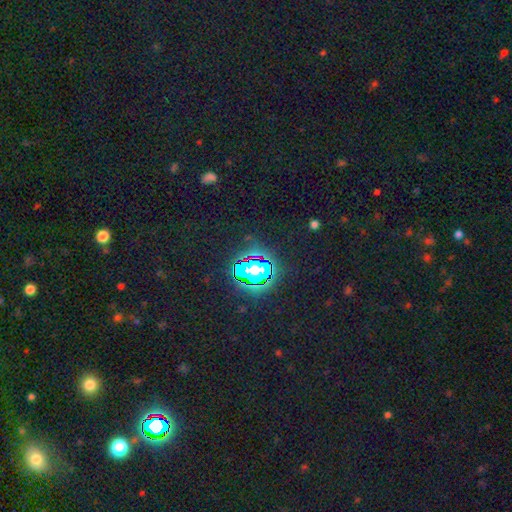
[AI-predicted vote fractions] star or artifact 78%, smooth 15%, featured or disk 7%.